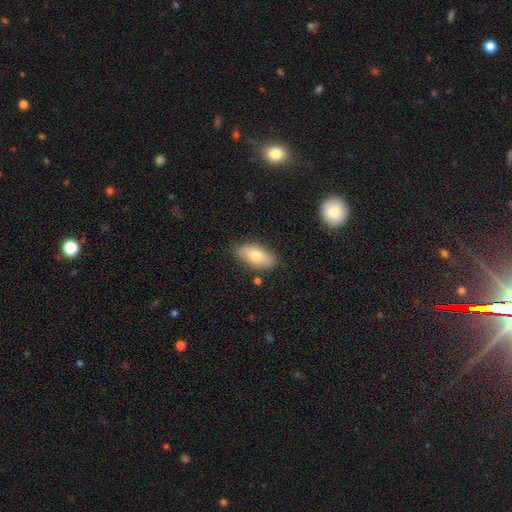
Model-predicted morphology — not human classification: smooth_or_featured: smooth (p=0.74) [alt: featured or disk p=0.19]
how_rounded: in between (p=0.90) [alt: cigar-shaped p=0.07]
merging: none (p=0.82) [alt: minor disturbance p=0.13]